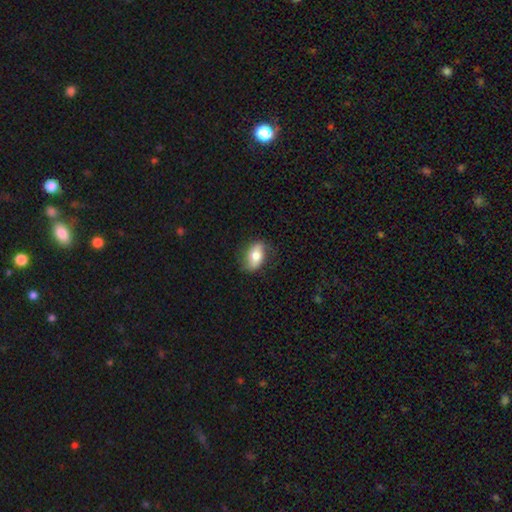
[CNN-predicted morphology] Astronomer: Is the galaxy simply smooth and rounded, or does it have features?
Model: smooth — 61%.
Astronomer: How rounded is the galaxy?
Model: in between — 86%.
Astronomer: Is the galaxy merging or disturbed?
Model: none — 76%.